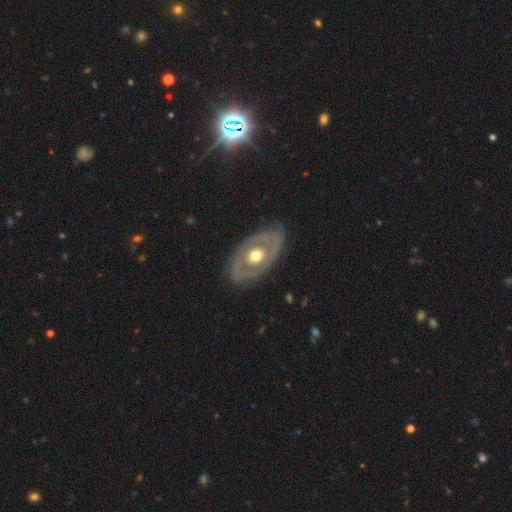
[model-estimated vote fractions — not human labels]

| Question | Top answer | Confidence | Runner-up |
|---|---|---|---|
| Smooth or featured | featured or disk | 74% | smooth (21%) |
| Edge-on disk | no | 92% | yes (8%) |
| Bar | no | 85% | weak (11%) |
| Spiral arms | no | 52% | yes (48%) |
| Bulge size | moderate | 75% | large (15%) |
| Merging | none | 77% | minor disturbance (16%) |